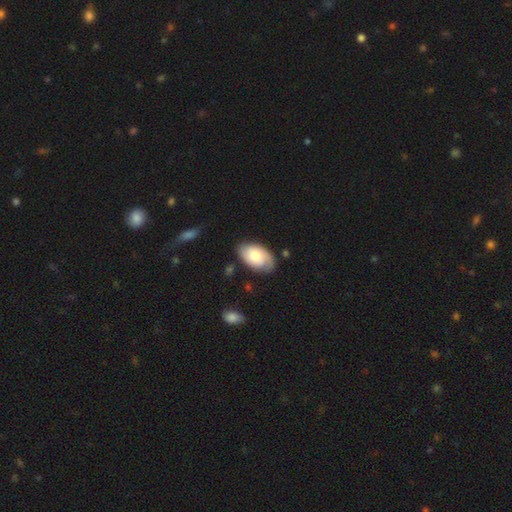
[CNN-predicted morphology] This is possibly a smooth galaxy (58%). How rounded: clearly in between (93%). Merging: likely none (72%).